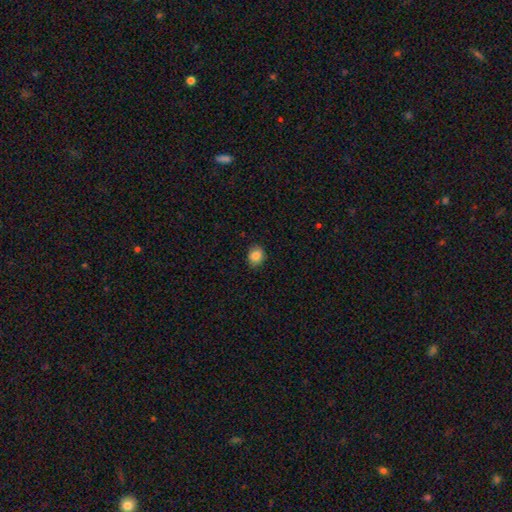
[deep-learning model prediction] Smooth or featured? Predicted: smooth (p=0.87). How rounded? Predicted: round (p=0.61). Merging? Predicted: none (p=0.86).